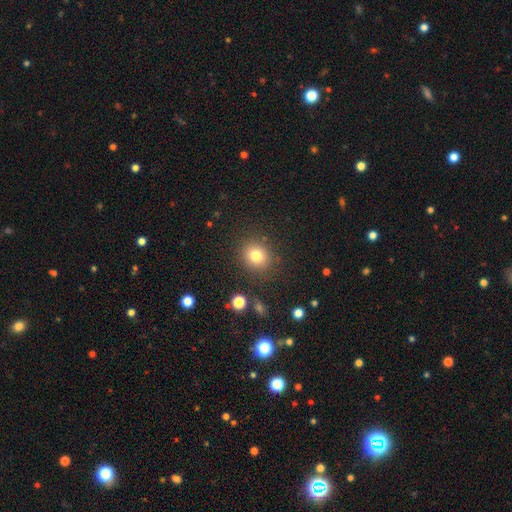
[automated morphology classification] Smooth or featured? smooth (79%)
How rounded? round (79%)
Merging? none (85%)